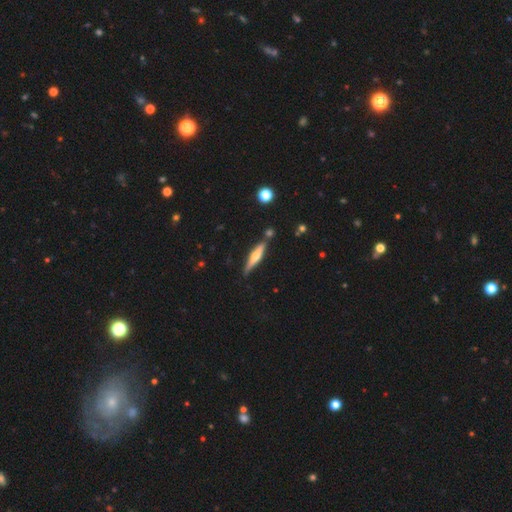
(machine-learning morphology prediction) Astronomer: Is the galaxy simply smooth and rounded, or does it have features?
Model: featured or disk — 52% (runner-up: smooth, 42%).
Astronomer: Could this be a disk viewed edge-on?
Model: yes — 95%.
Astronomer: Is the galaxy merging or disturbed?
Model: none — 79%.